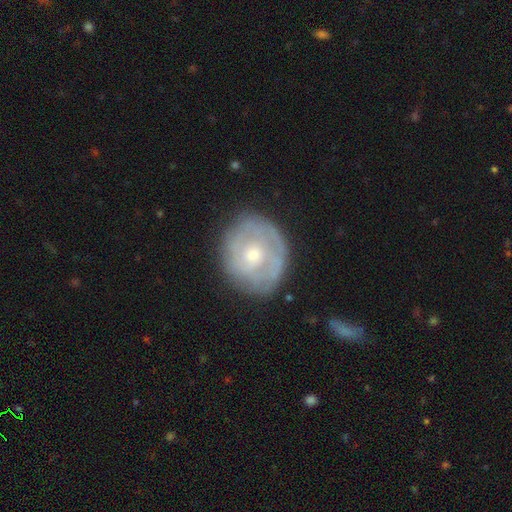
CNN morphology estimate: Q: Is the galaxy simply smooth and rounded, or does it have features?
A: featured or disk — 60%.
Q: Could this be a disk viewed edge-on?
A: no — 96%.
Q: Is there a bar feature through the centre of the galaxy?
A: no — 76%.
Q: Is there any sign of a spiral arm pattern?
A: yes — 58%.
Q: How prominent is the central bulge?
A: moderate — 53%.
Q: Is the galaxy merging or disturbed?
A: none — 74%.